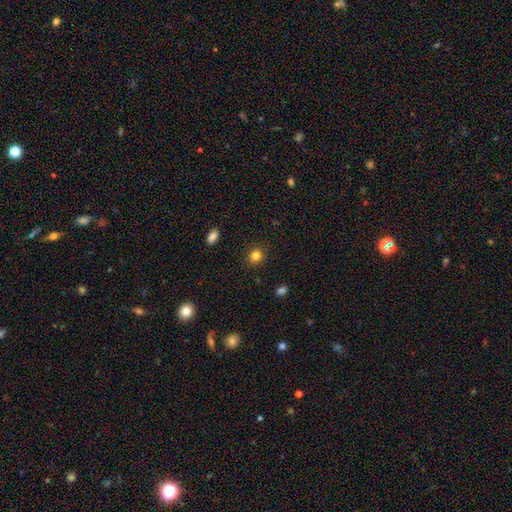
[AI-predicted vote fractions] Smooth or featured?
  - smooth: 83% *
  - star or artifact: 12%
  - featured or disk: 5%
How rounded?
  - round: 86% *
  - in between: 13%
  - cigar-shaped: 1%
Merging?
  - none: 91% *
  - minor disturbance: 6%
  - major disturbance: 2%
  - merger: 1%